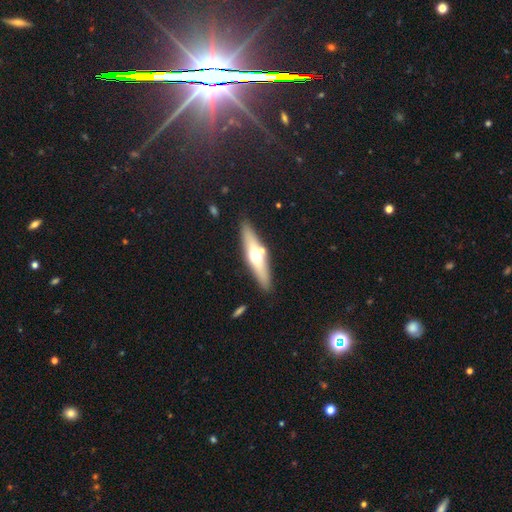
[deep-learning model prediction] Smooth or featured?
  - featured or disk: 53% *
  - smooth: 41%
  - star or artifact: 6%
Edge-on disk?
  - yes: 88% *
  - no: 12%
Merging?
  - none: 83% *
  - minor disturbance: 9%
  - merger: 5%
  - major disturbance: 2%